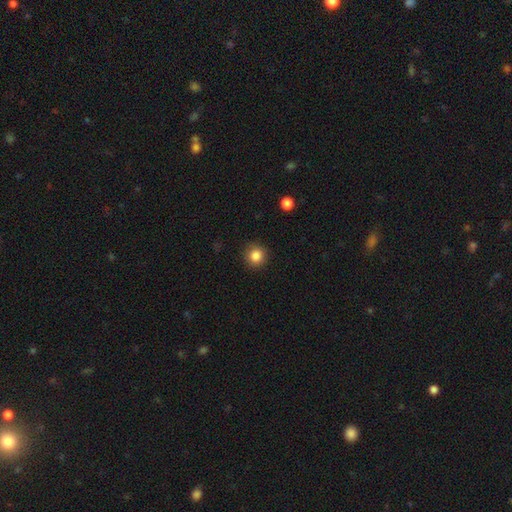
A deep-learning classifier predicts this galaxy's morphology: This appears to be a smooth galaxy with no disk features (85%) that is round (93%). Merging: none (90%).